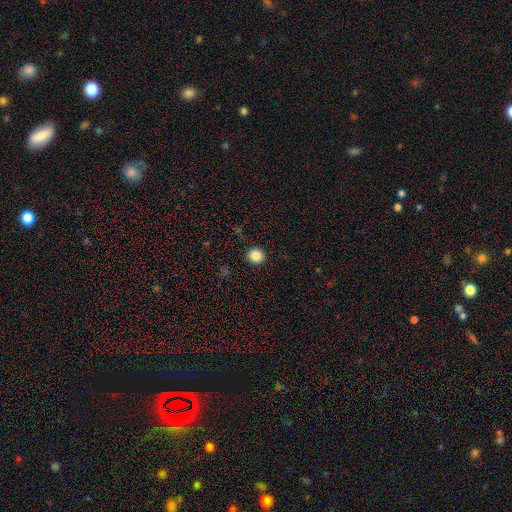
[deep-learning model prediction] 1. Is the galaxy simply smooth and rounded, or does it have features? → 85% smooth, 10% star or artifact, 5% featured or disk.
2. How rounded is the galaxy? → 90% round, 9% in between, 1% cigar-shaped.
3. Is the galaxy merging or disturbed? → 92% none, 5% minor disturbance, 2% major disturbance, 1% merger.